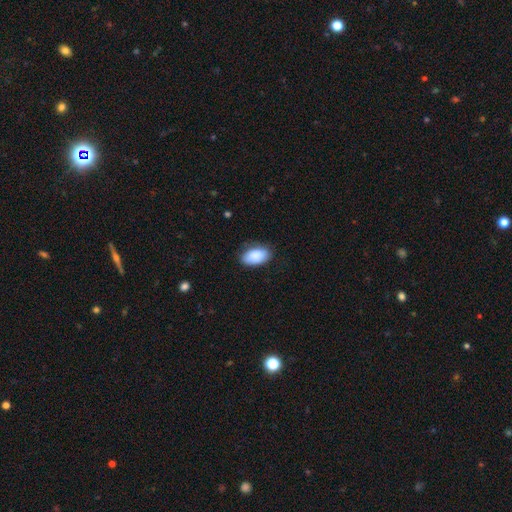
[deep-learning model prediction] Smooth or featured?
  - smooth: 88% *
  - featured or disk: 6%
  - star or artifact: 6%
How rounded?
  - in between: 94% *
  - round: 4%
  - cigar-shaped: 2%
Merging?
  - none: 76% *
  - minor disturbance: 19%
  - major disturbance: 4%
  - merger: 1%